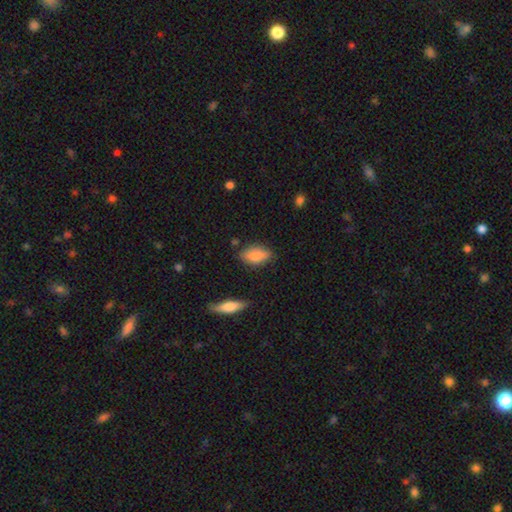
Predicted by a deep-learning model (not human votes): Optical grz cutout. It shows a smooth galaxy with no disk features (80%) that is in between round and cigar-shaped (86%). Merging: none (76%).